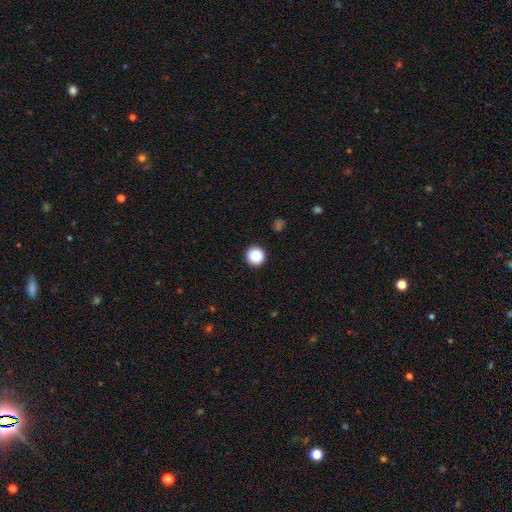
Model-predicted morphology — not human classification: Overall: smooth (88%). How rounded: round (95%). Merging: none (92%).